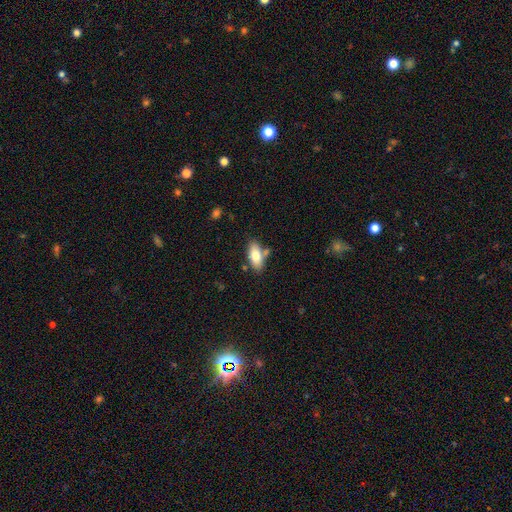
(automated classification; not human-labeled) Smooth or featured? smooth (76%)
How rounded? in between (88%)
Merging? none (72%)